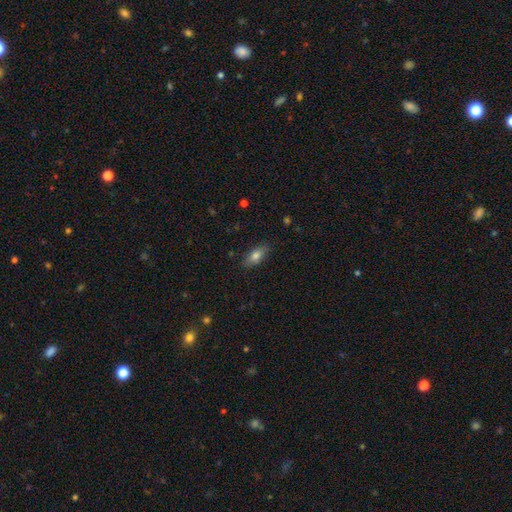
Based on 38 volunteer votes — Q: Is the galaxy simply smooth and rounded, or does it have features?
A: smooth — 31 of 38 (82%).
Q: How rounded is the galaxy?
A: in between — 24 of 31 (77%).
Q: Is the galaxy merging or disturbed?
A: none — 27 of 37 (73%).